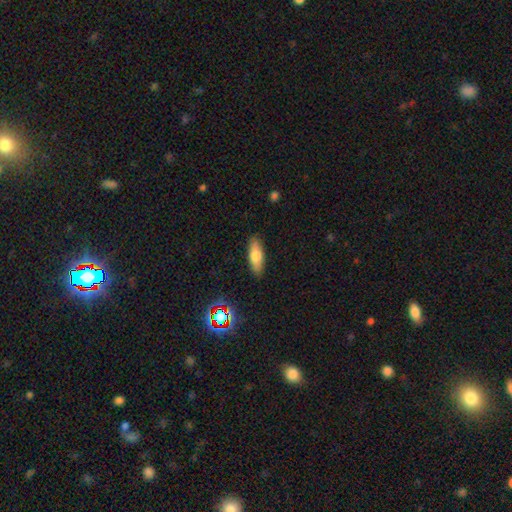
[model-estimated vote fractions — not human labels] A smooth galaxy with no disk features (72%) that is in between round and cigar-shaped (64%).

Vote fractions:
- Smooth or featured? smooth: 72% / featured or disk: 20% / star or artifact: 8%
- How rounded? in between: 64% / cigar-shaped: 33% / round: 3%
- Merging? none: 88% / minor disturbance: 9% / major disturbance: 2% / merger: 1%